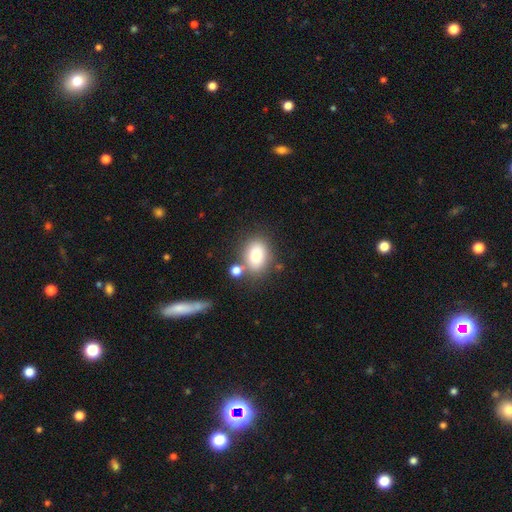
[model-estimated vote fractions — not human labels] This is likely a smooth galaxy (79%). How rounded: likely in between (72%). Merging: likely none (65%).